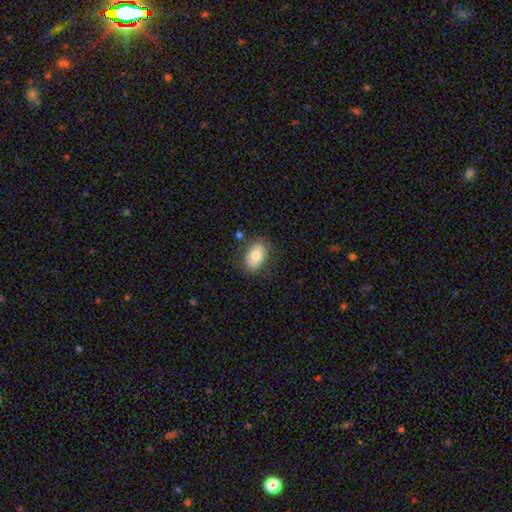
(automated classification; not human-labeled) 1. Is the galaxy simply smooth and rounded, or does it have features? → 75% smooth, 18% featured or disk, 7% star or artifact.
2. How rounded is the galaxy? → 86% in between, 13% round, 1% cigar-shaped.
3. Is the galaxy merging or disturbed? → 75% none, 16% minor disturbance, 5% major disturbance, 4% merger.